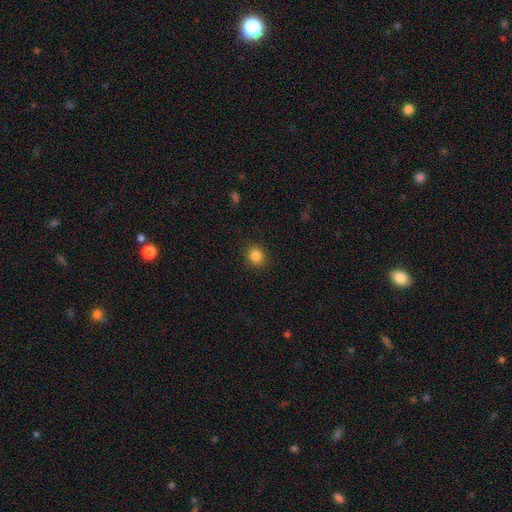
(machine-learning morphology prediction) Q: Smooth or featured?
A: smooth (85%); runner-up: star or artifact (11%)
Q: How rounded?
A: round (76%); runner-up: in between (23%)
Q: Merging?
A: none (90%); runner-up: minor disturbance (7%)